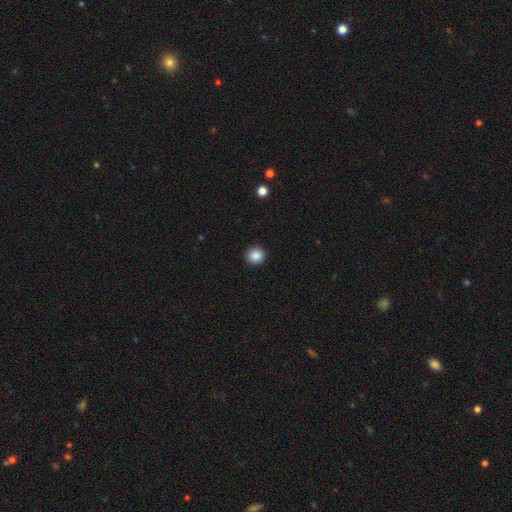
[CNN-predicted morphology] Smooth or featured? smooth (87%)
How rounded? round (92%)
Merging? none (93%)